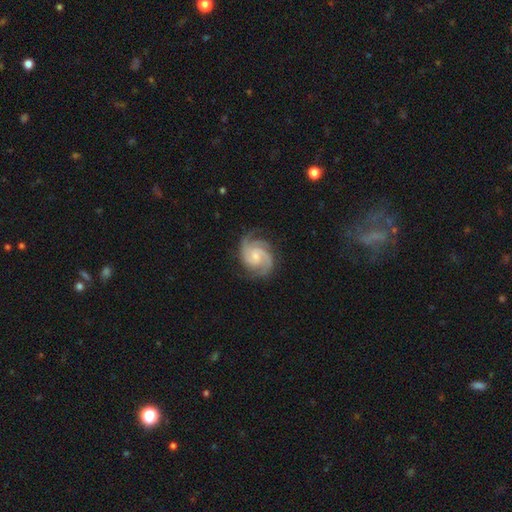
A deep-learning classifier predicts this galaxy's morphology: smooth_or_featured: featured or disk (p=0.90) [alt: smooth p=0.05]
disk_edge_on: no (p=0.98) [alt: yes p=0.02]
bar: no (p=0.57) [alt: weak p=0.37]
has_spiral_arms: yes (p=0.98) [alt: no p=0.02]
spiral_winding: tight (p=0.53) [alt: medium p=0.41]
spiral_arm_count: 3 (p=0.48) [alt: 2 p=0.28]
bulge_size: small (p=0.51) [alt: moderate p=0.39]
merging: none (p=0.75) [alt: minor disturbance p=0.17]